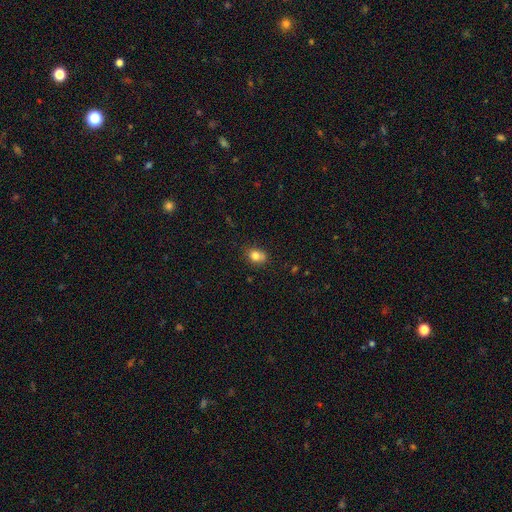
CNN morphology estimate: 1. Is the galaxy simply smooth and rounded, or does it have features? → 81% smooth, 11% star or artifact, 9% featured or disk.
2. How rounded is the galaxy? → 51% in between, 48% round, 1% cigar-shaped.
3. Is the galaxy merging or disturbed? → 67% none, 23% minor disturbance, 5% merger, 5% major disturbance.